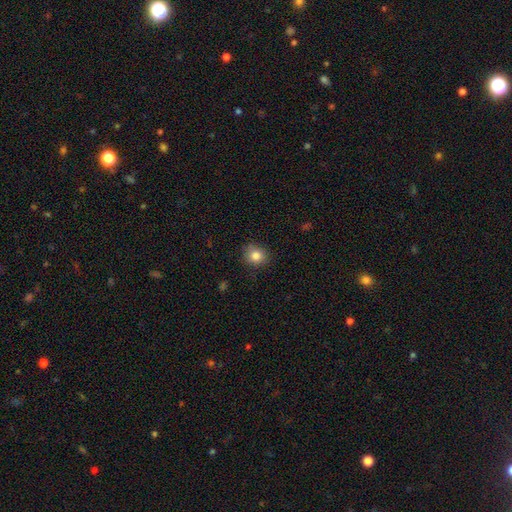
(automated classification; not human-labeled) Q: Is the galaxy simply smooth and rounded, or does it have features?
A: smooth — 84%.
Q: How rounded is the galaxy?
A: round — 79%.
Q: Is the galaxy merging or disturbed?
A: none — 83%.